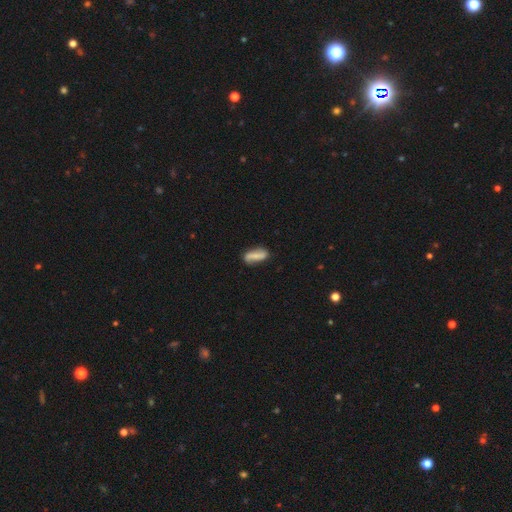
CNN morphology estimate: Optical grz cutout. It shows a smooth galaxy with no disk features (58%) that is in between round and cigar-shaped (65%). Merging: none (72%).